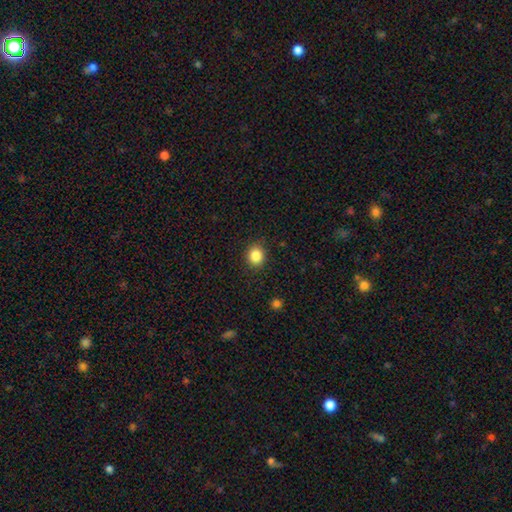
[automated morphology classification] This appears to be a smooth galaxy with no disk features (85%) that is round (81%). Merging: none (90%).